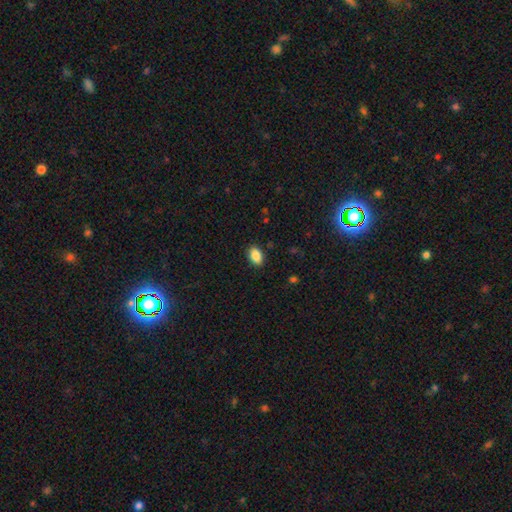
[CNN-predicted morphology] Smooth or featured? smooth (87%)
How rounded? in between (89%)
Merging? none (88%)